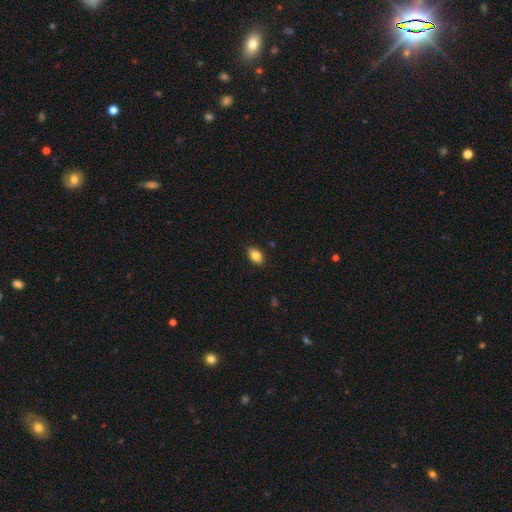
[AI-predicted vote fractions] Q: Smooth or featured?
A: smooth (84%); runner-up: featured or disk (8%)
Q: How rounded?
A: in between (88%); runner-up: round (10%)
Q: Merging?
A: none (86%); runner-up: minor disturbance (11%)